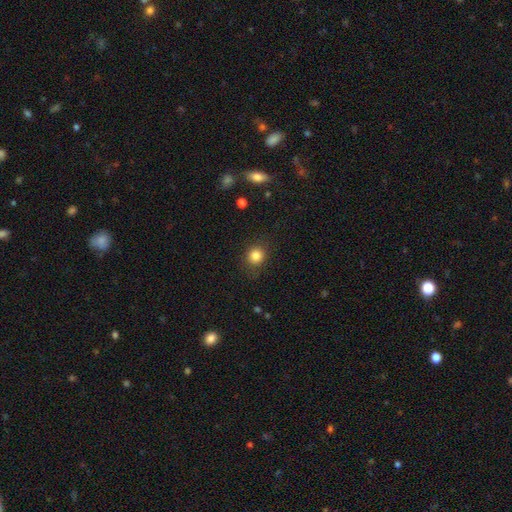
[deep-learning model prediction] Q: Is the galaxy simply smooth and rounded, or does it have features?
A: smooth — 84%.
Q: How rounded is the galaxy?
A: round — 83%.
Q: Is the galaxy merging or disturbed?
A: none — 84%.